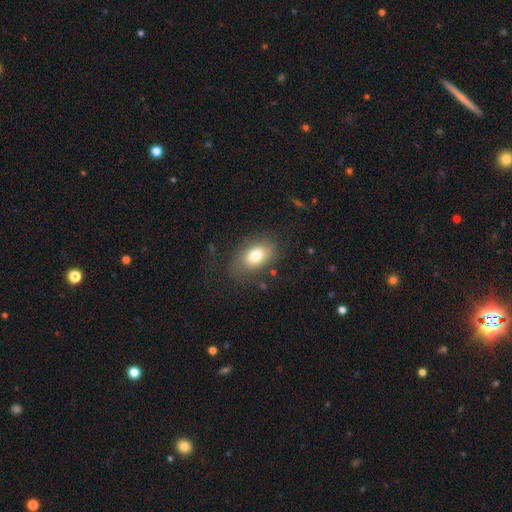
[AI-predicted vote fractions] Morphology: type=smooth (75%); roundness=in between (86%); merging=none (72%).